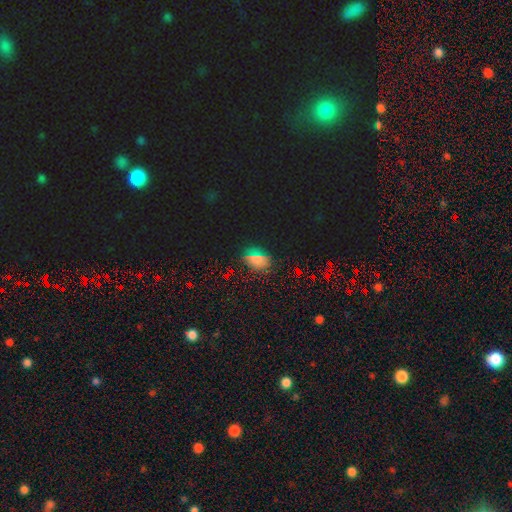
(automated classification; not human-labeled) Smooth or featured? smooth (48%)
Merging? none (79%)